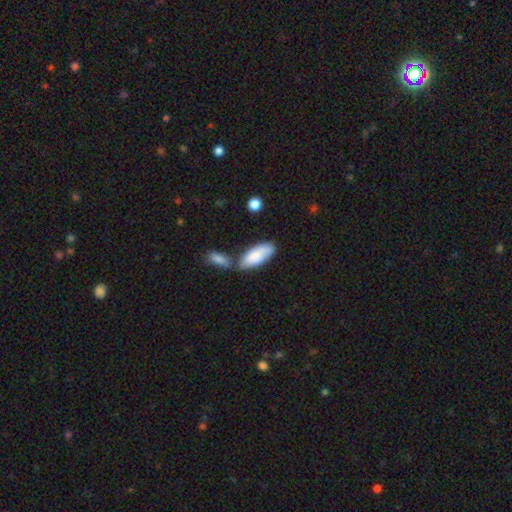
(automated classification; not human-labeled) Smooth or featured?
  - smooth: 83% *
  - featured or disk: 11%
  - star or artifact: 6%
How rounded?
  - in between: 81% *
  - cigar-shaped: 17%
  - round: 2%
Merging?
  - none: 49% *
  - merger: 28%
  - minor disturbance: 18%
  - major disturbance: 5%